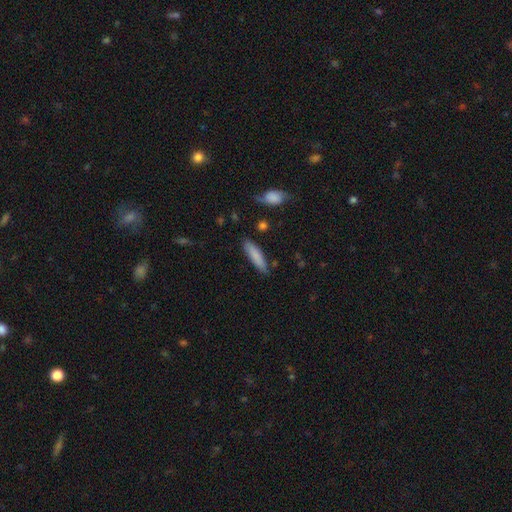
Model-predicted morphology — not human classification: Overall: smooth (81%). How rounded: cigar-shaped (74%). Merging: none (83%).